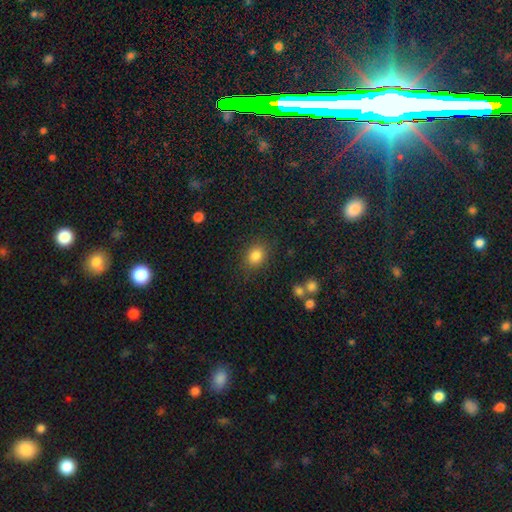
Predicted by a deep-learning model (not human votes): A smooth galaxy with no disk features (84%) that is round (55%). Merging: none (84%).